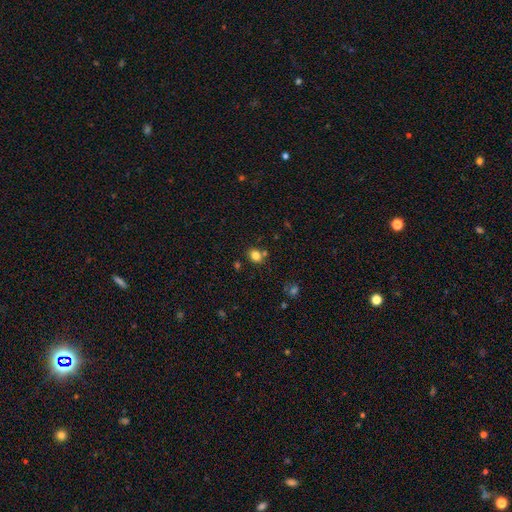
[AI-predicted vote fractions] A smooth galaxy with no disk features (80%) that is round (65%). Merging: none (71%).